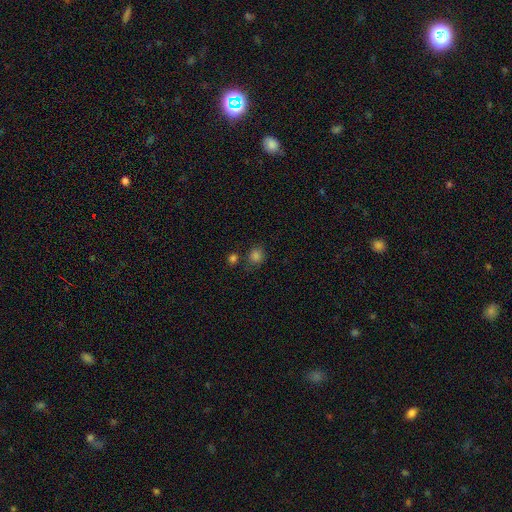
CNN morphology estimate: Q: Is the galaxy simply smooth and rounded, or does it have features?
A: smooth — 78%.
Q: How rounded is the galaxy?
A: round — 78%.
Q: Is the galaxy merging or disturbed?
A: none — 72%.